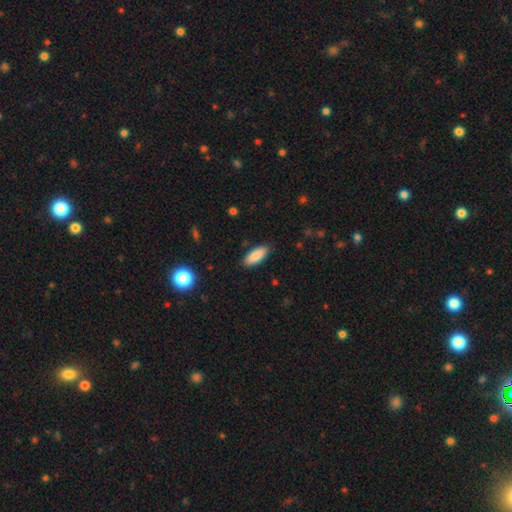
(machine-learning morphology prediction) This is clearly a smooth galaxy (85%). How rounded: likely in between (74%). Merging: clearly none (87%).